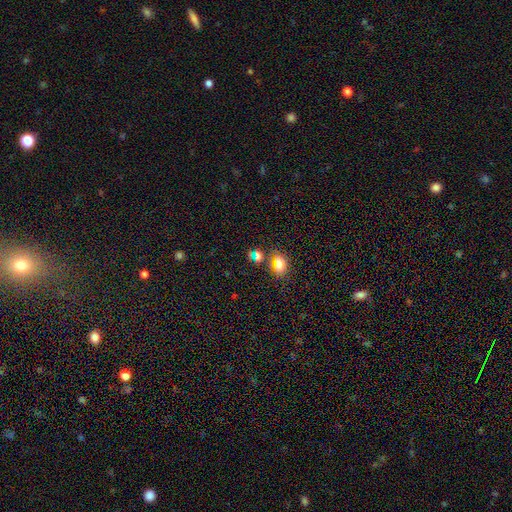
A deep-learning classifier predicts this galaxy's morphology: Smooth or featured? Predicted: smooth (p=0.54). How rounded? Predicted: round (p=0.53). Merging? Predicted: none (p=0.63).